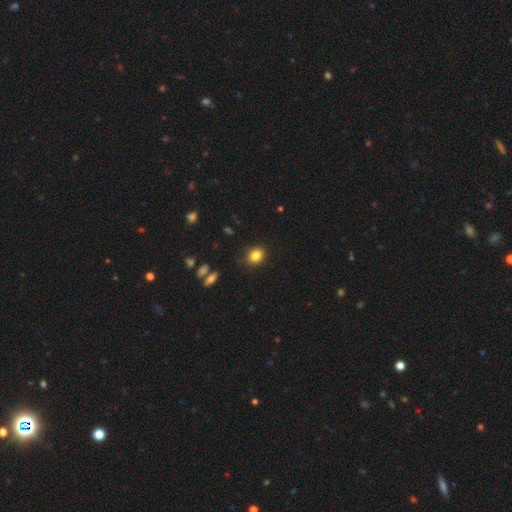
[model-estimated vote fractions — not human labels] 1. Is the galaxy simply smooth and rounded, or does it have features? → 84% smooth, 10% star or artifact, 6% featured or disk.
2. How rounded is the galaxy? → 60% round, 39% in between, 1% cigar-shaped.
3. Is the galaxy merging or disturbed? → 87% none, 9% minor disturbance, 2% major disturbance, 1% merger.